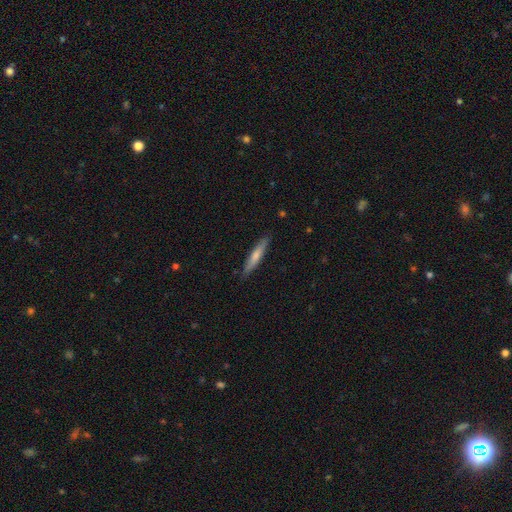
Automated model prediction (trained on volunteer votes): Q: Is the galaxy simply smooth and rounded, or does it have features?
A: smooth — 67%.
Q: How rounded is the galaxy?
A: cigar-shaped — 90%.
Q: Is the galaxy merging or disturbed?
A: none — 86%.